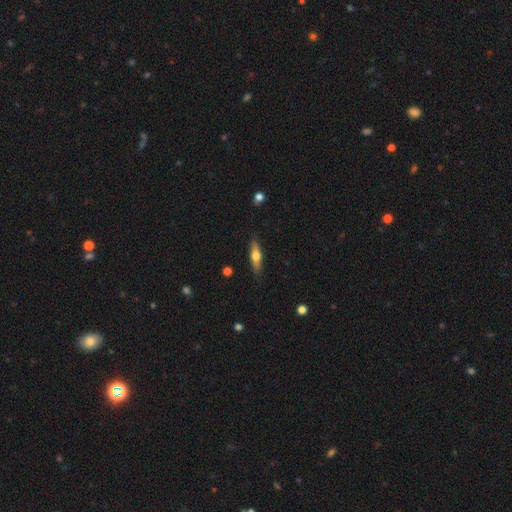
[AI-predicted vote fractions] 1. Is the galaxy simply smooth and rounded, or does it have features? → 51% smooth, 43% featured or disk, 6% star or artifact.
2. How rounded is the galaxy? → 65% cigar-shaped, 33% in between, 3% round.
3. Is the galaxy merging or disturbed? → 86% none, 11% minor disturbance, 2% major disturbance, 1% merger.